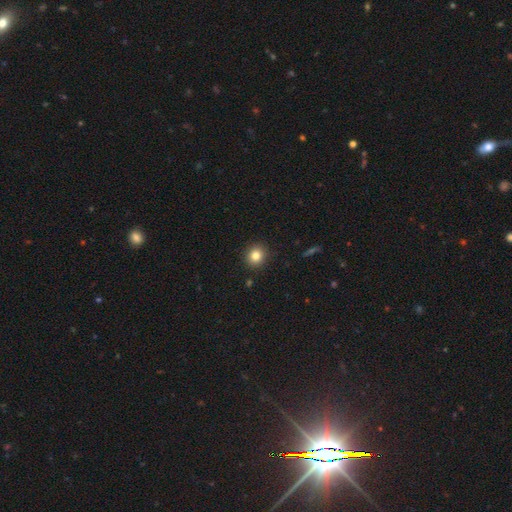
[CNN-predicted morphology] Smooth or featured? smooth (82%)
How rounded? round (87%)
Merging? none (91%)